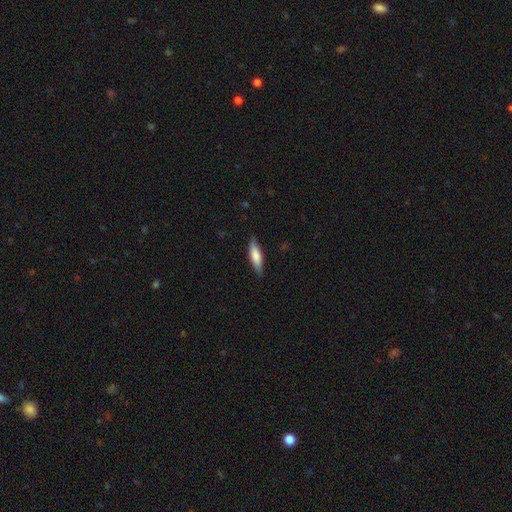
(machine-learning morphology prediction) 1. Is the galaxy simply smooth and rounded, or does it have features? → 72% smooth, 22% featured or disk, 6% star or artifact.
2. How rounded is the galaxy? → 57% cigar-shaped, 41% in between, 2% round.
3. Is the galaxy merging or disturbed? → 83% none, 14% minor disturbance, 2% major disturbance, 1% merger.